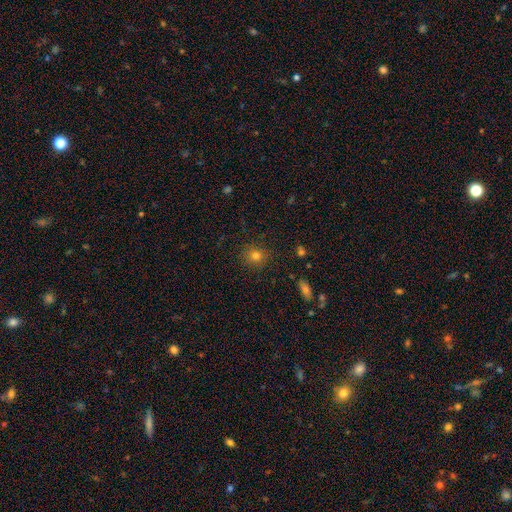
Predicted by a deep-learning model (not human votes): Smooth or featured: smooth — 77% (star or artifact — 15%)
How rounded: round — 86% (in between — 13%)
Merging: none — 88% (minor disturbance — 8%)